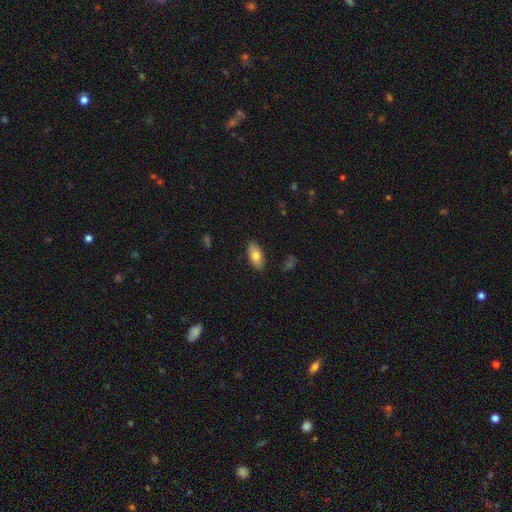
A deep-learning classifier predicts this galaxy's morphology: smooth 77%, featured or disk 16%, star or artifact 7%. Down the decision tree: how rounded — in between (91%); merging — none (86%).